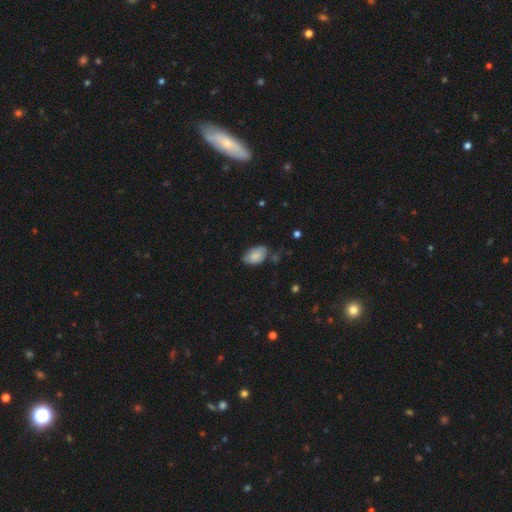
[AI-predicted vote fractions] This is clearly a smooth galaxy (83%). How rounded: clearly in between (92%). Merging: likely none (62%).